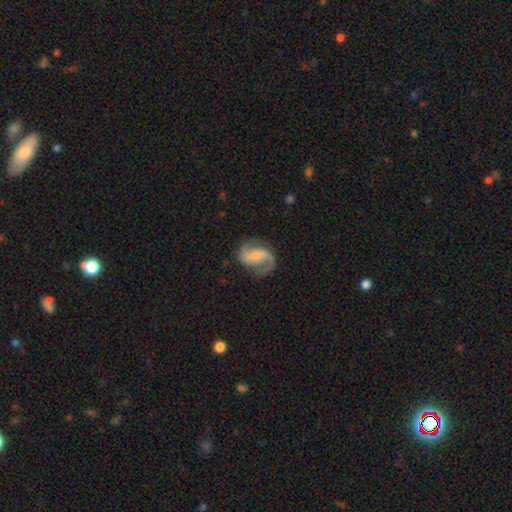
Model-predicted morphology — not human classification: Smooth or featured? Predicted: featured or disk (p=0.86). Edge-on disk? Predicted: no (p=0.98). Bar? Predicted: weak (p=0.44). Spiral arms? Predicted: yes (p=0.97). Spiral winding? Predicted: medium (p=0.46). Spiral arm count? Predicted: 2 (p=0.88). Bulge size? Predicted: small (p=0.48). Merging? Predicted: none (p=0.76).